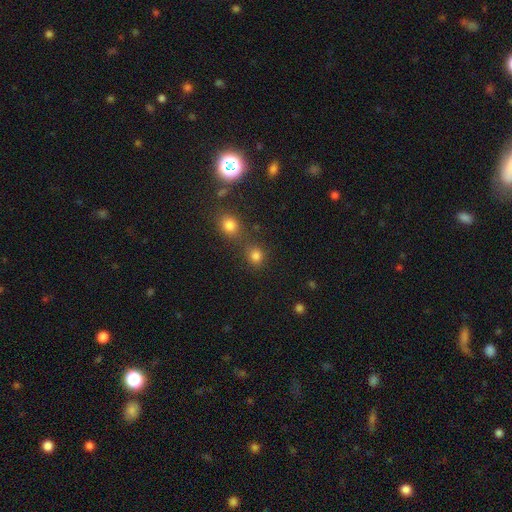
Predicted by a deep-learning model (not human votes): smooth_or_featured: smooth (p=0.79) [alt: star or artifact p=0.16]
how_rounded: round (p=0.83) [alt: in between p=0.16]
merging: none (p=0.64) [alt: merger p=0.23]